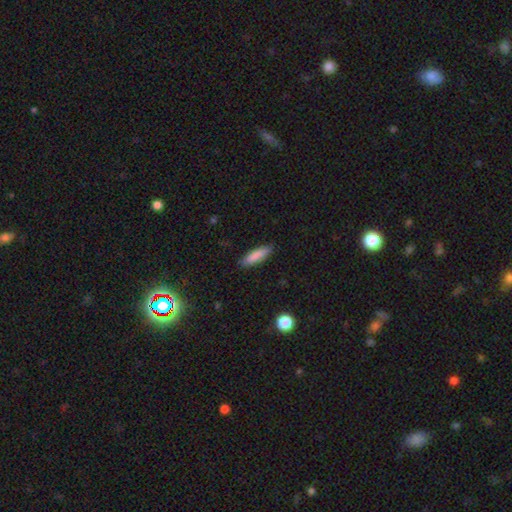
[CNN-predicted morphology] This appears to be a smooth galaxy with no disk features (85%) that is cigar-shaped (67%). Merging: none (87%).